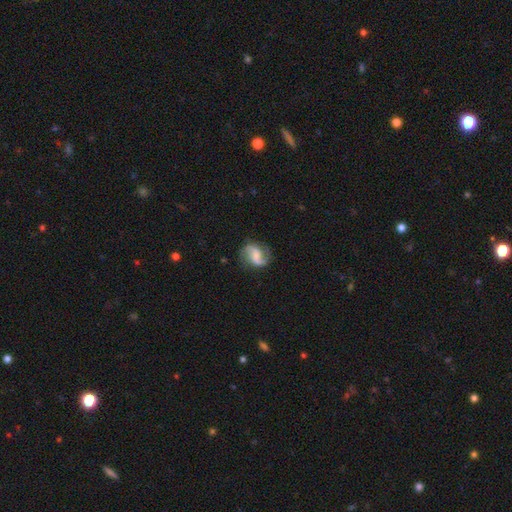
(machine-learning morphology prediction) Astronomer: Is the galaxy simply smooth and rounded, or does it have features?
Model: featured or disk — 80%.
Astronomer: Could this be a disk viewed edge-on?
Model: no — 98%.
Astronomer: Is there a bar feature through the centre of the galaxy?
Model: weak — 45% (runner-up: no, 33%).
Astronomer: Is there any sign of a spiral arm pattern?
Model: yes — 96%.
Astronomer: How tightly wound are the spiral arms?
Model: loose — 48% (runner-up: medium, 41%).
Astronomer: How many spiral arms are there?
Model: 2 — 90%.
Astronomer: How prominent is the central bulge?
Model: small — 32% (runner-up: none, 30%).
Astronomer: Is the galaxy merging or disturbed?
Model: none — 76%.